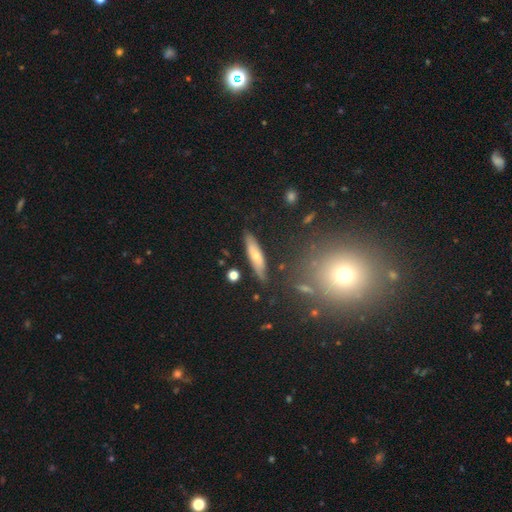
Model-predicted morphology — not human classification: smooth-or-featured: smooth: 57% | featured or disk: 36% | star or artifact: 7%
  how-rounded: cigar-shaped: 73% | in between: 25% | round: 2%
  merging: none: 79% | minor disturbance: 15% | major disturbance: 3% | merger: 3%